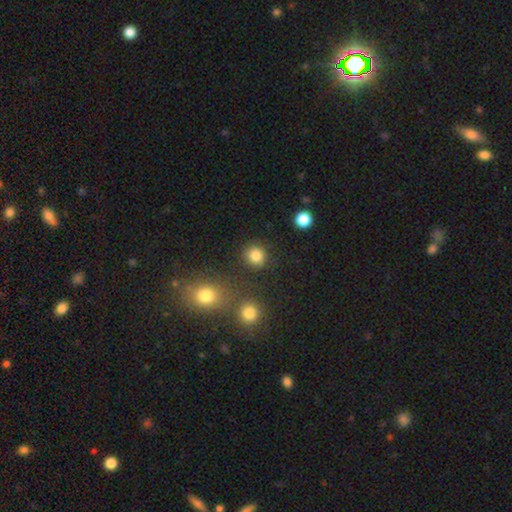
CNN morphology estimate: This is clearly a smooth galaxy (84%). How rounded: clearly round (85%). Merging: clearly none (85%).